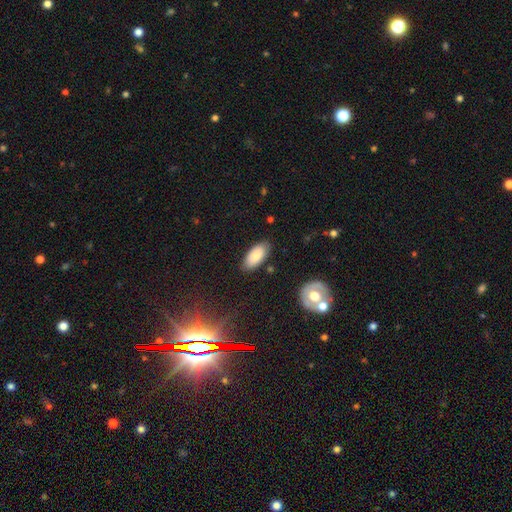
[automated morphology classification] A smooth galaxy with no disk features (84%) that is in between round and cigar-shaped (92%). Merging: none (83%).